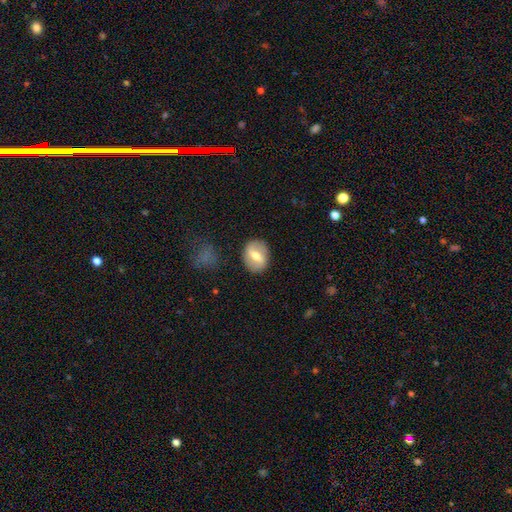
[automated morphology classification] A smooth galaxy with no disk features (47%).

Vote fractions:
- Smooth or featured? smooth: 47% / featured or disk: 46% / star or artifact: 7%
- Merging? none: 85% / minor disturbance: 10% / major disturbance: 3% / merger: 2%